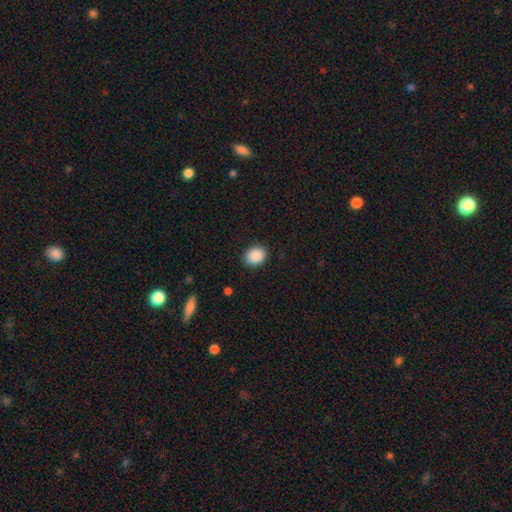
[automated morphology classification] The model was most divided on "how rounded": round: 54%, in between: 45%, cigar-shaped: 1%. More confident: smooth or featured — smooth (89%); merging — none (89%).